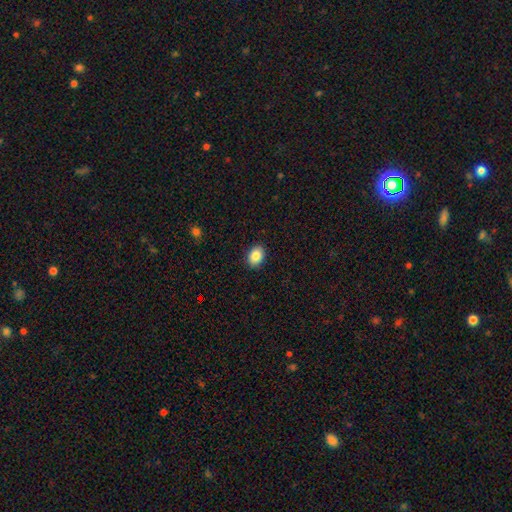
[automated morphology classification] type=smooth (86%); roundness=in between (73%); merging=none (90%).